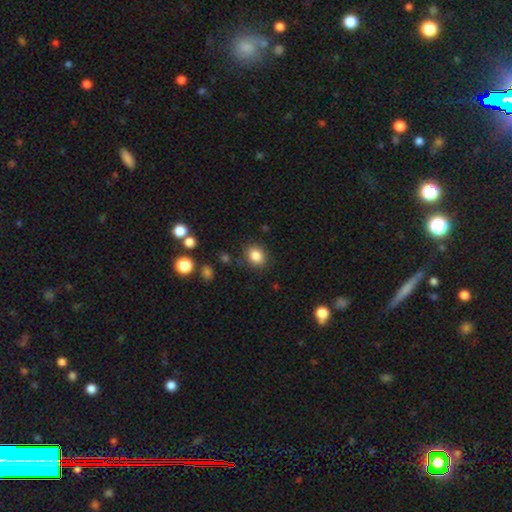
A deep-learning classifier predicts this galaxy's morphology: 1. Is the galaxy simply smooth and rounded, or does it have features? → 85% smooth, 10% star or artifact, 5% featured or disk.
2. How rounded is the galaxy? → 56% round, 43% in between, 1% cigar-shaped.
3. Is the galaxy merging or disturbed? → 85% none, 10% minor disturbance, 3% major disturbance, 2% merger.